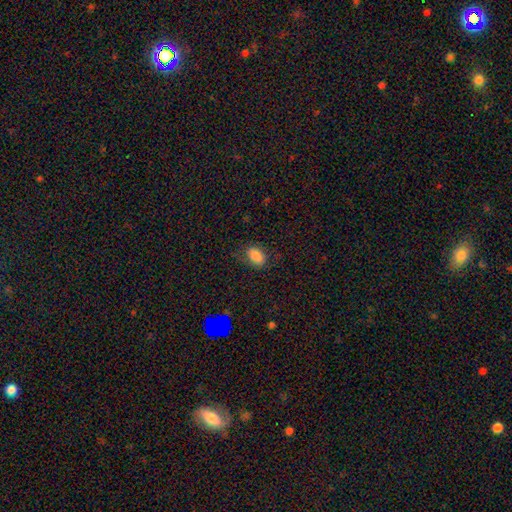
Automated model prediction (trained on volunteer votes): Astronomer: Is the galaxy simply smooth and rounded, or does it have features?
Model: smooth — 81%.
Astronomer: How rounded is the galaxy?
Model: in between — 89%.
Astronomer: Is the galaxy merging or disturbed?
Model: none — 67%.